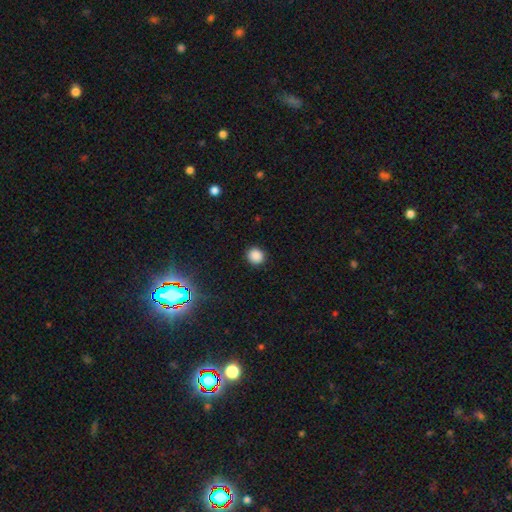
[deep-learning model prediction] The model was most divided on "how rounded": round: 85%, in between: 14%, cigar-shaped: 1%. More confident: merging — none (90%); smooth or featured — smooth (86%).